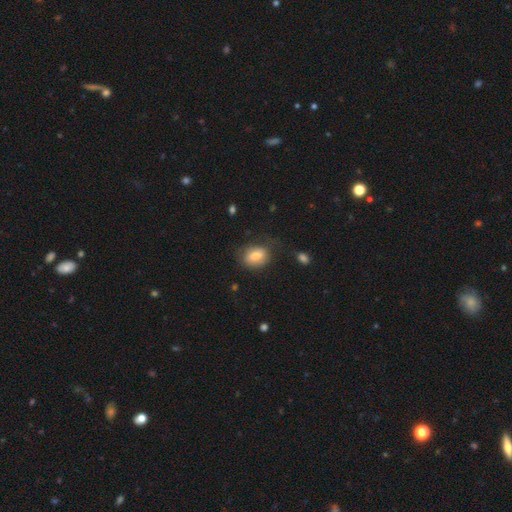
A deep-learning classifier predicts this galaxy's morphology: smooth_or_featured: smooth (p=0.76) [alt: featured or disk p=0.17]
how_rounded: in between (p=0.76) [alt: round p=0.22]
merging: none (p=0.60) [alt: minor disturbance p=0.24]